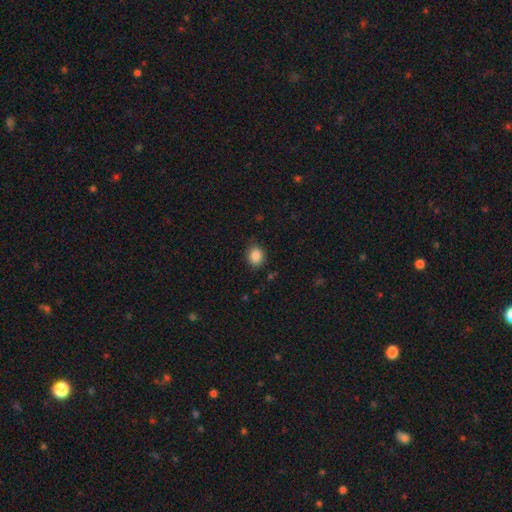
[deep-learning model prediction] Morphology: type=smooth (87%); roundness=round (61%); merging=none (84%).